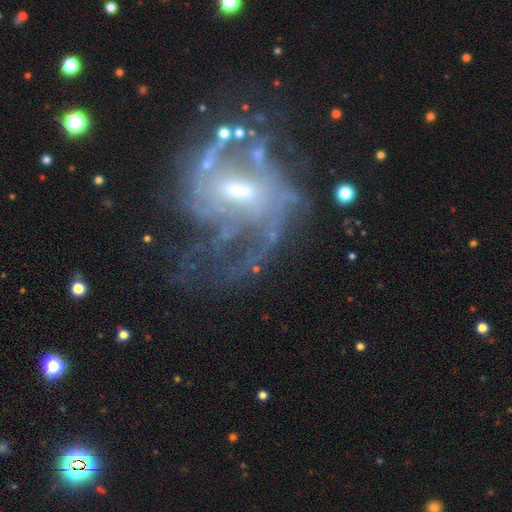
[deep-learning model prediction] Smooth or featured? Predicted: featured or disk (p=0.84). Edge-on disk? Predicted: no (p=0.97). Bar? Predicted: weak (p=0.52). Spiral arms? Predicted: yes (p=0.88). Spiral winding? Predicted: medium (p=0.45). Spiral arm count? Predicted: 2 (p=0.37). Bulge size? Predicted: moderate (p=0.50). Merging? Predicted: none (p=0.47).